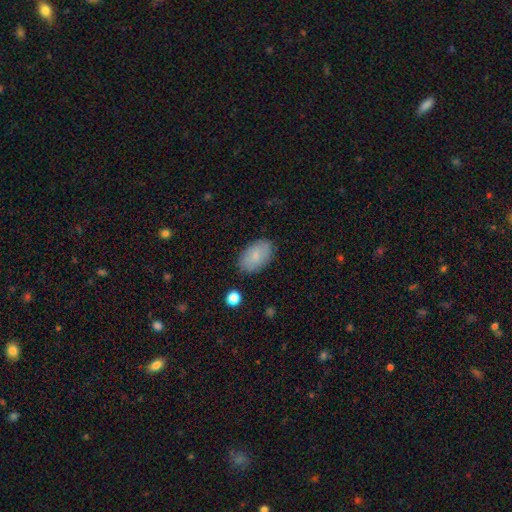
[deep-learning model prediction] Overall: smooth (82%). How rounded: in between (92%). Merging: none (85%).